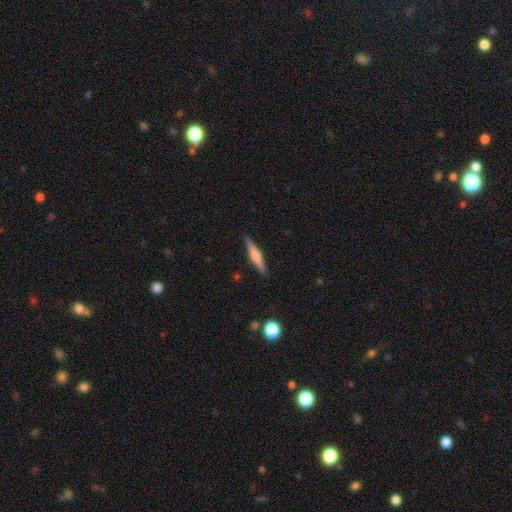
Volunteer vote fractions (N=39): smooth-or-featured: featured or disk: 51% | smooth: 41% | star or artifact: 8%
  disk-edge-on: yes: 95% | no: 5%
    edge-on-bulge: rounded: 95% | none: 5% | boxy: 0%
  merging: none: 89% | minor disturbance: 11% | major disturbance: 0% | merger: 0%